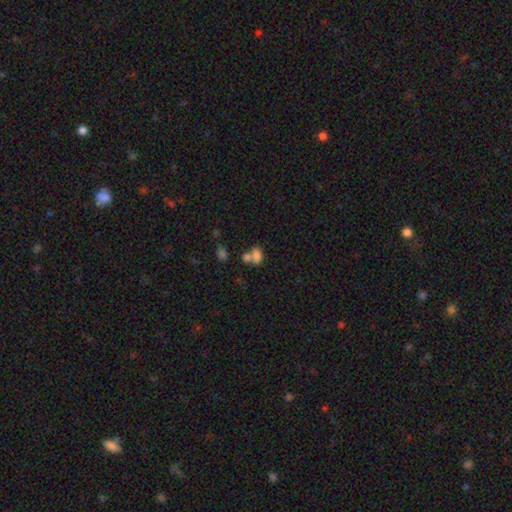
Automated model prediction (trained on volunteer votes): Smooth or featured?
  - smooth: 76% *
  - featured or disk: 12%
  - star or artifact: 12%
How rounded?
  - in between: 83% *
  - round: 13%
  - cigar-shaped: 4%
Merging?
  - merger: 50% *
  - none: 33%
  - minor disturbance: 11%
  - major disturbance: 6%